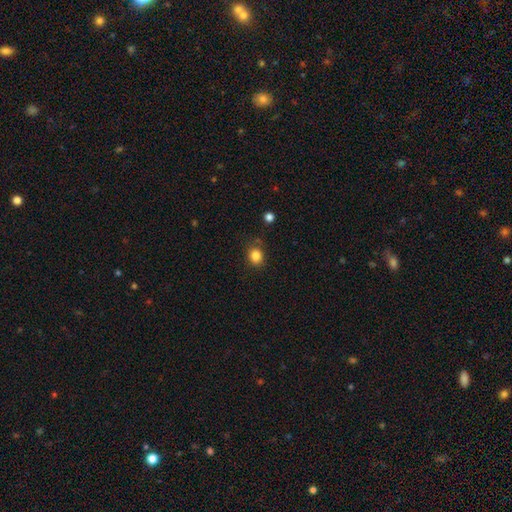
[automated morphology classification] type=smooth (84%); roundness=round (67%); merging=none (81%).